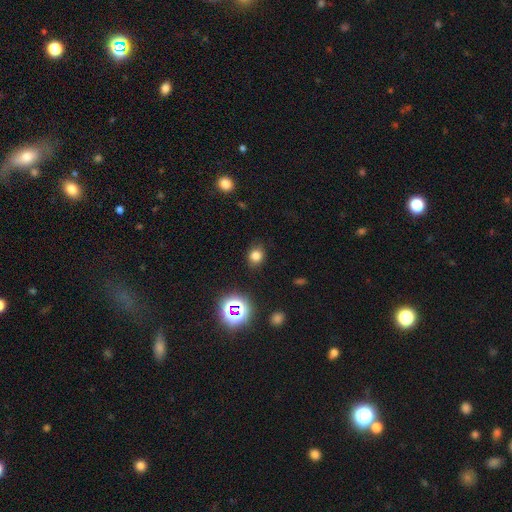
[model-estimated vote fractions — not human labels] Smooth or featured?
  - smooth: 75% *
  - star or artifact: 19%
  - featured or disk: 6%
How rounded?
  - round: 75% *
  - in between: 24%
  - cigar-shaped: 1%
Merging?
  - none: 86% *
  - minor disturbance: 9%
  - major disturbance: 3%
  - merger: 1%